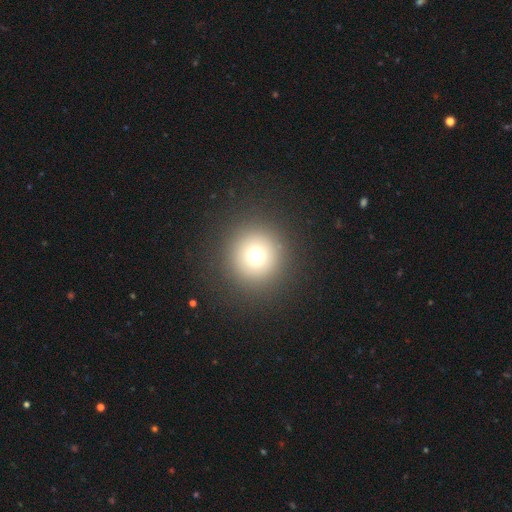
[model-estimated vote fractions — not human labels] A smooth galaxy with no disk features (73%) that is round (95%).

Vote fractions:
- Smooth or featured? smooth: 73% / star or artifact: 15% / featured or disk: 12%
- How rounded? round: 95% / in between: 4% / cigar-shaped: 1%
- Merging? none: 91% / minor disturbance: 5% / major disturbance: 3% / merger: 1%